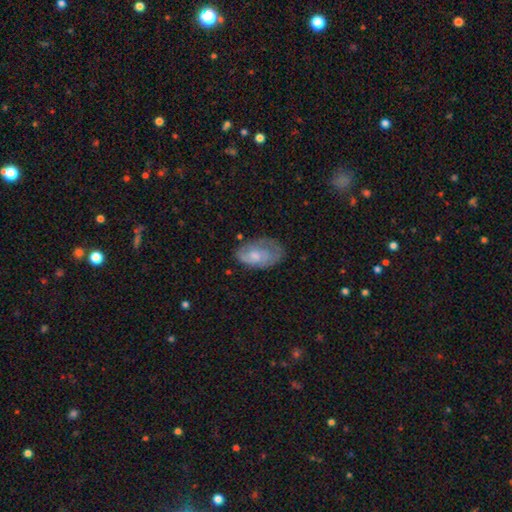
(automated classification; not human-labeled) This is possibly a smooth galaxy (47%). Merging: possibly none (54%).